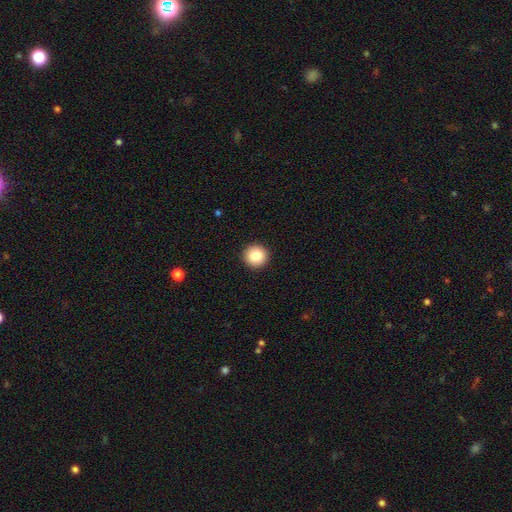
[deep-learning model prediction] smooth_or_featured: smooth (p=0.85) [alt: star or artifact p=0.09]
how_rounded: round (p=0.95) [alt: in between p=0.04]
merging: none (p=0.93) [alt: minor disturbance p=0.04]